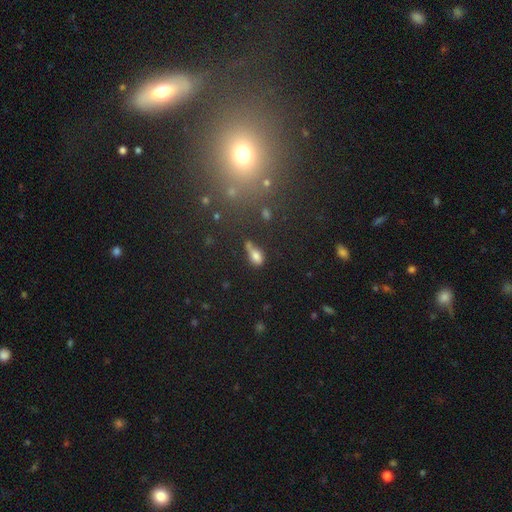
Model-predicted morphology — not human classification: smooth_or_featured: smooth (p=0.75) [alt: star or artifact p=0.13]
how_rounded: in between (p=0.79) [alt: round p=0.14]
merging: none (p=0.34) [alt: minor disturbance p=0.26]